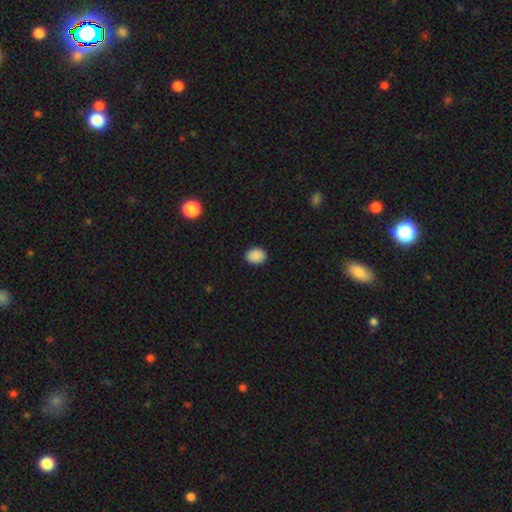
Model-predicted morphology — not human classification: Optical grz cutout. It shows a smooth galaxy with no disk features (89%) that is in between round and cigar-shaped (63%). Merging: none (89%).